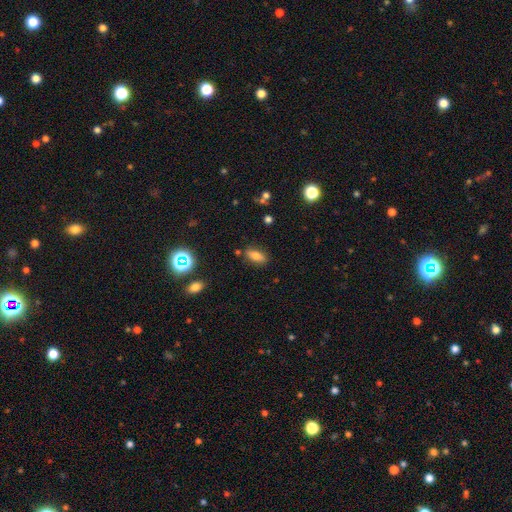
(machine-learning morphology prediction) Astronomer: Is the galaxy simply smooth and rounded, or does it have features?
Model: smooth — 77%.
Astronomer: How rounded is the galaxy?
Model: in between — 81%.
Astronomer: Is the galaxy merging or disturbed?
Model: none — 82%.